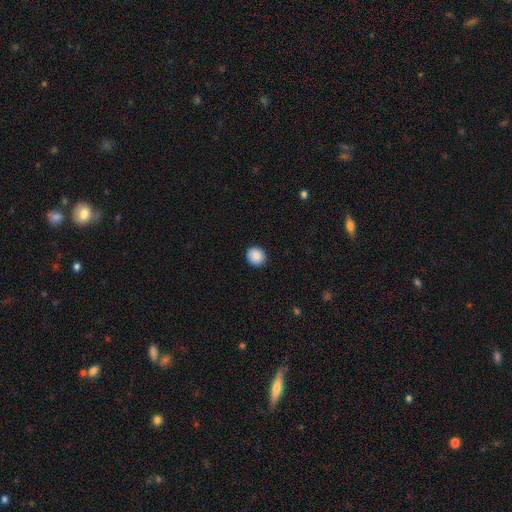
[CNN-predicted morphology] smooth 88%, star or artifact 8%, featured or disk 4%. Down the decision tree: how rounded — round (83%); merging — none (91%).